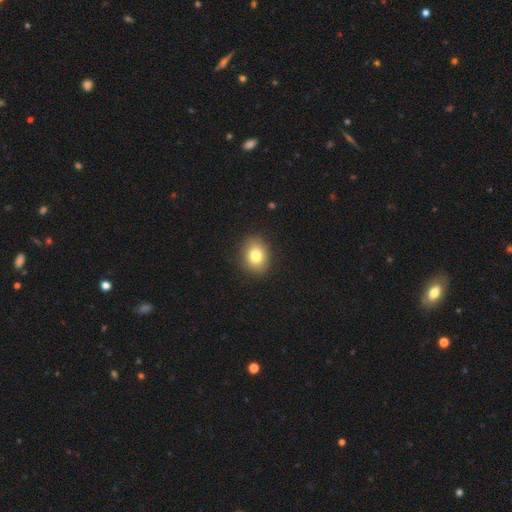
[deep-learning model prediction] This appears to be a smooth galaxy with no disk features (80%) that is in between round and cigar-shaped (53%). Merging: none (89%).